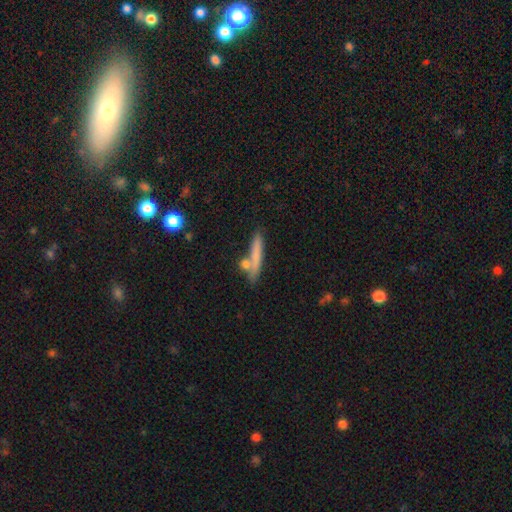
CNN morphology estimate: Smooth or featured: smooth — 69% (featured or disk — 24%)
How rounded: cigar-shaped — 89% (in between — 8%)
Merging: none — 66% (merger — 17%)